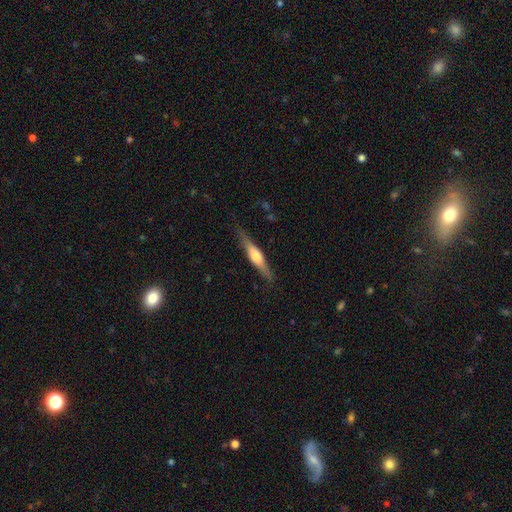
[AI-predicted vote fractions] A featured or disk galaxy (58%) viewed edge-on (95%) with a rounded central bulge (85%).

Vote fractions:
- Smooth or featured? featured or disk: 58% / smooth: 37% / star or artifact: 5%
- Edge-on disk? yes: 95% / no: 5%
- Edge-on bulge? rounded: 85% / boxy: 10% / none: 5%
- Merging? none: 83% / minor disturbance: 13% / major disturbance: 3% / merger: 1%